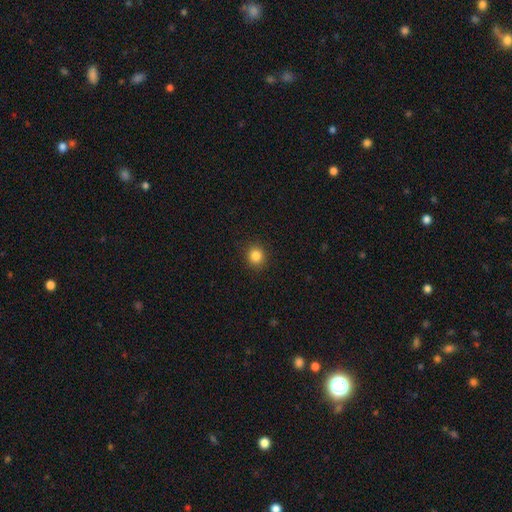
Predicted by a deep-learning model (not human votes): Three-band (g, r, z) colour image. It shows a smooth galaxy with no disk features (85%) that is round (87%). Merging: none (90%).